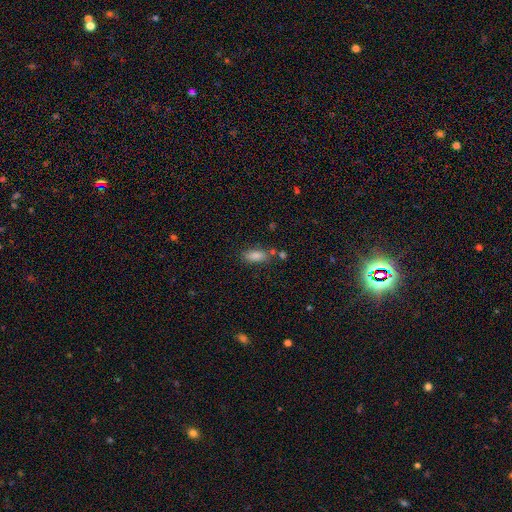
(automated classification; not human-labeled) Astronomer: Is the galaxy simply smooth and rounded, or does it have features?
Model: smooth — 85%.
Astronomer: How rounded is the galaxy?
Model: in between — 83%.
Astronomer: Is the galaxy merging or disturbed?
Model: none — 72%.